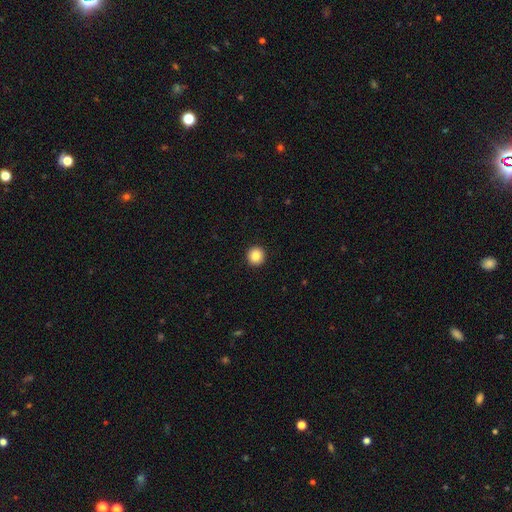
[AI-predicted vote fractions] smooth 86%, star or artifact 9%, featured or disk 4%. Down the decision tree: how rounded — round (95%); merging — none (94%).